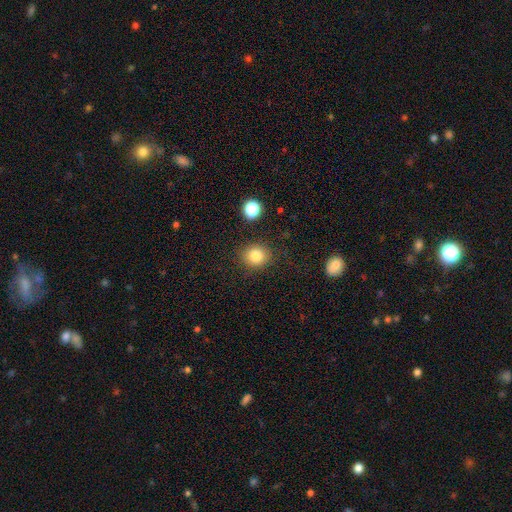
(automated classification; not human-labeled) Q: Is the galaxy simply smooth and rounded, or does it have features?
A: smooth — 83%.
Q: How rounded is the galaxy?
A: round — 82%.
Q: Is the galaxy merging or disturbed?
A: none — 85%.